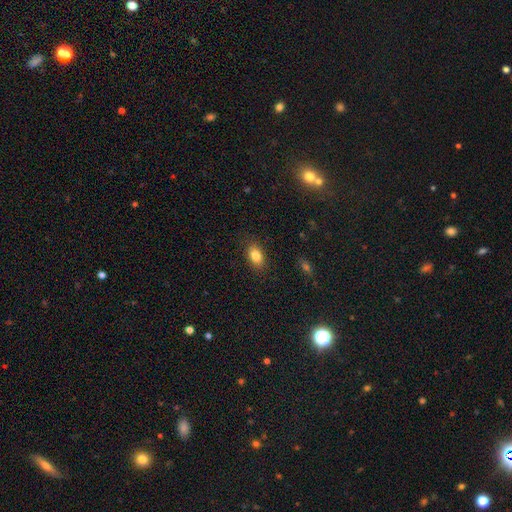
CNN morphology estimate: A smooth galaxy with no disk features (84%) that is in between round and cigar-shaped (86%). Merging: none (86%).